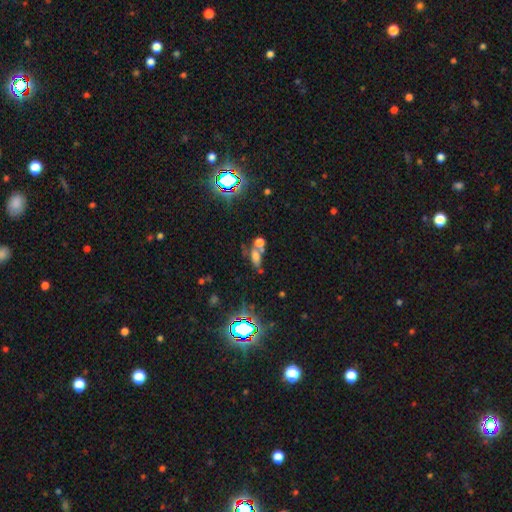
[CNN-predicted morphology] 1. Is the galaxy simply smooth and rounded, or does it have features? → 51% smooth, 30% star or artifact, 19% featured or disk.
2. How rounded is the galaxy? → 67% in between, 17% cigar-shaped, 16% round.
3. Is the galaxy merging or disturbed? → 42% merger, 36% none, 13% minor disturbance, 10% major disturbance.